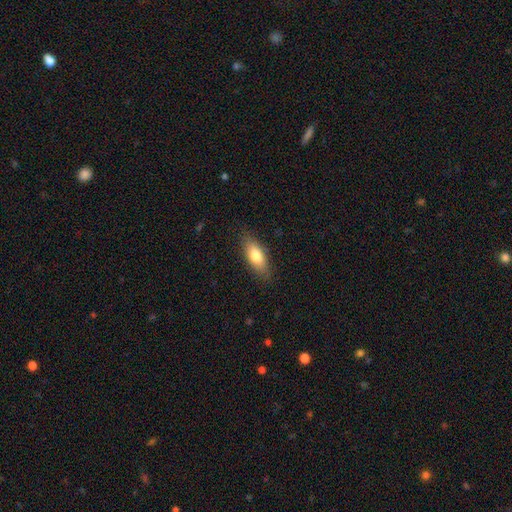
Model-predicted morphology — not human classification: This is likely a smooth galaxy (76%). How rounded: likely in between (75%). Merging: clearly none (83%).